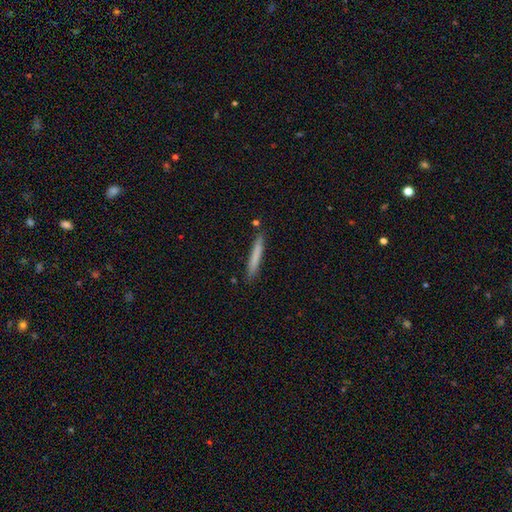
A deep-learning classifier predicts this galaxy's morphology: smooth 75%, featured or disk 19%, star or artifact 6%. Down the decision tree: how rounded — cigar-shaped (96%); merging — none (86%).